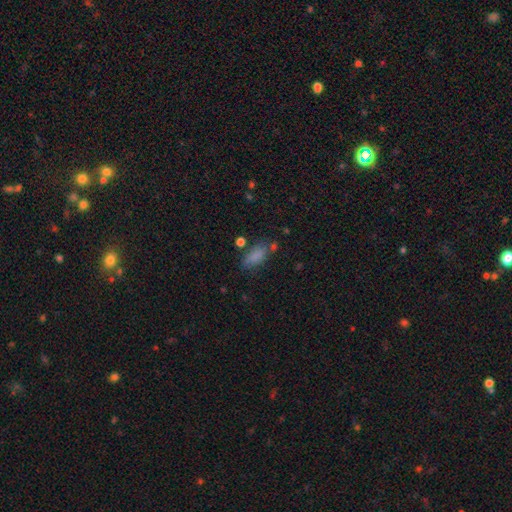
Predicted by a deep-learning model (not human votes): A smooth galaxy with no disk features (82%) that is in between round and cigar-shaped (82%). Merging: none (66%).